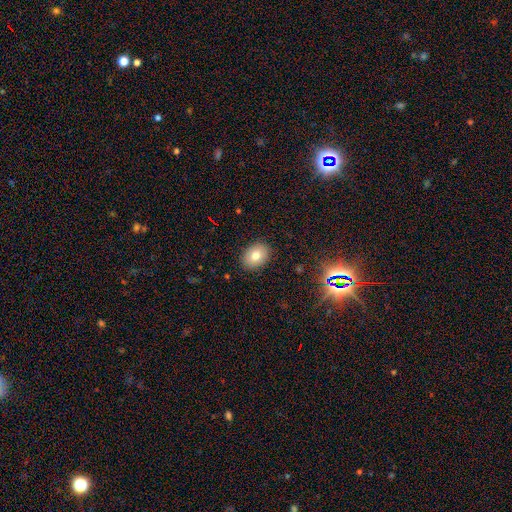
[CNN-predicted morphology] The model was most divided on "how rounded": in between: 70%, round: 29%, cigar-shaped: 1%. More confident: merging — none (89%); smooth or featured — smooth (77%).